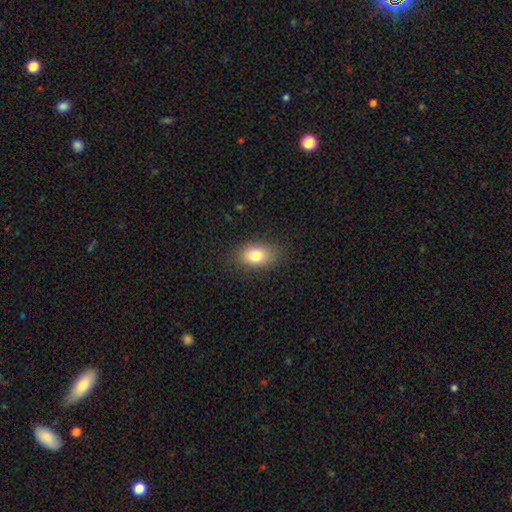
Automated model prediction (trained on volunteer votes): smooth 79%, featured or disk 11%, star or artifact 10%. Down the decision tree: how rounded — in between (80%); merging — none (84%).